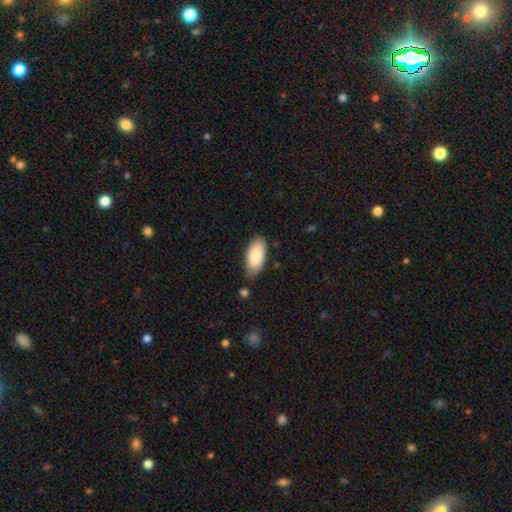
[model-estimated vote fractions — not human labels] smooth 86%, featured or disk 8%, star or artifact 6%. Down the decision tree: how rounded — in between (90%); merging — none (78%).